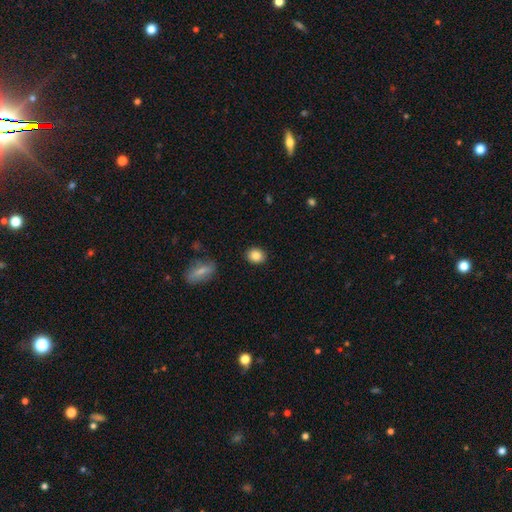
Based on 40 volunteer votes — This appears to be a smooth galaxy with no disk features (78%) that is round (52%). Merging: none (86%).